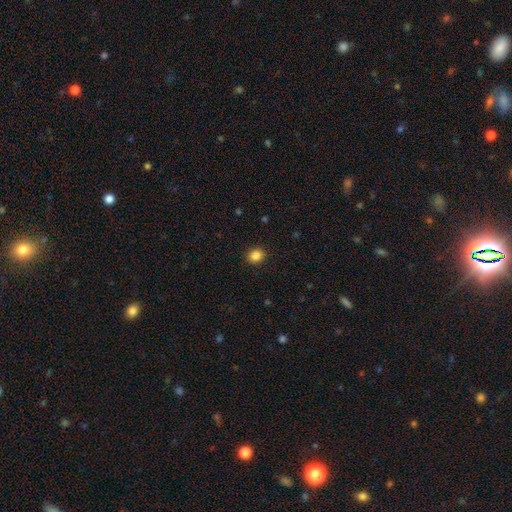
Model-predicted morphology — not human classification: Smooth or featured? Predicted: smooth (p=0.86). How rounded? Predicted: round (p=0.74). Merging? Predicted: none (p=0.92).